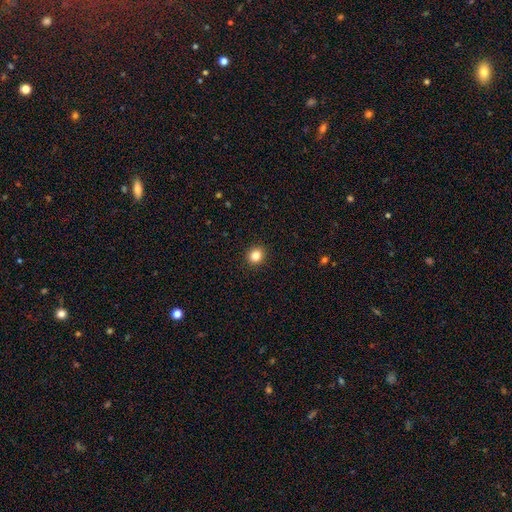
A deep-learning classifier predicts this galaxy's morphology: A smooth galaxy with no disk features (84%) that is round (85%).

Vote fractions:
- Smooth or featured? smooth: 84% / star or artifact: 11% / featured or disk: 5%
- How rounded? round: 85% / in between: 14% / cigar-shaped: 1%
- Merging? none: 92% / minor disturbance: 5% / major disturbance: 2% / merger: 1%